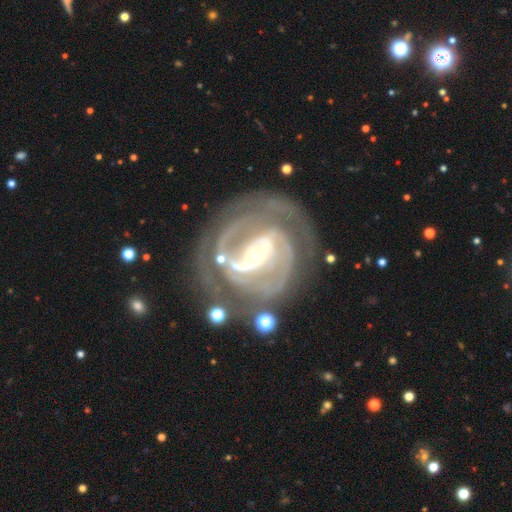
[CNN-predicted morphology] Smooth or featured? featured or disk (91%)
Edge-on disk? no (97%)
Bar? strong (57%)
Spiral arms? yes (97%)
Spiral winding? tight (54%)
Spiral arm count? 2 (62%)
Bulge size? small (61%)
Merging? none (69%)